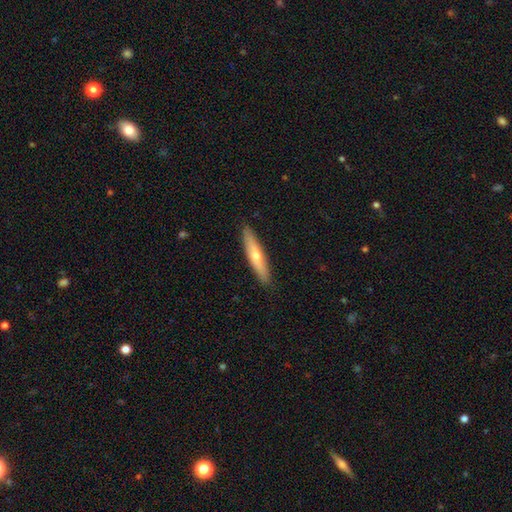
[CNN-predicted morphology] smooth-or-featured: smooth: 52% | featured or disk: 43% | star or artifact: 6%
  how-rounded: cigar-shaped: 88% | in between: 11% | round: 2%
  merging: none: 91% | minor disturbance: 7% | major disturbance: 1% | merger: 1%